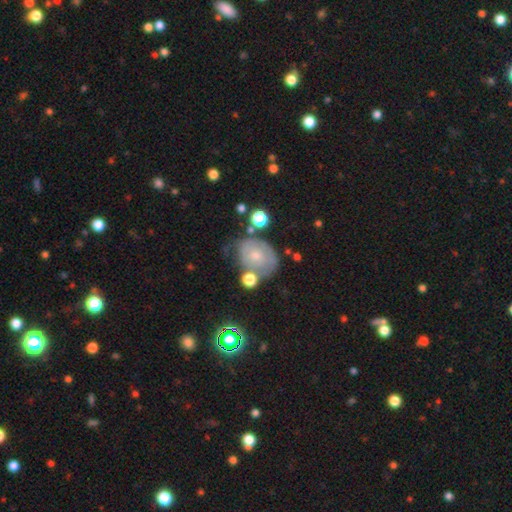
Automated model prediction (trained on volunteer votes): Smooth or featured? Predicted: smooth (p=0.48). Merging? Predicted: none (p=0.47).